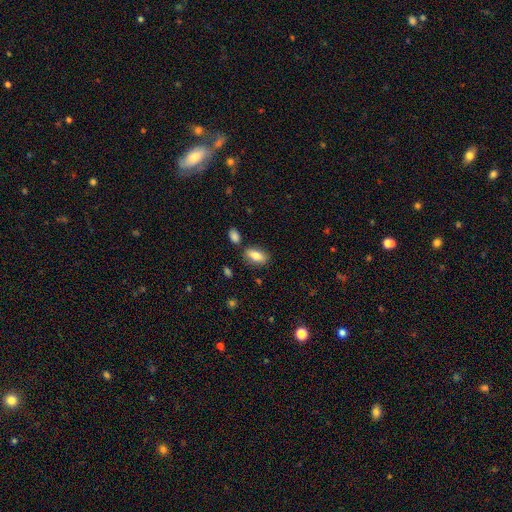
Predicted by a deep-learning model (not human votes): Smooth or featured?
  - smooth: 78% *
  - featured or disk: 14%
  - star or artifact: 7%
How rounded?
  - in between: 87% *
  - cigar-shaped: 9%
  - round: 4%
Merging?
  - none: 79% *
  - minor disturbance: 12%
  - merger: 6%
  - major disturbance: 3%